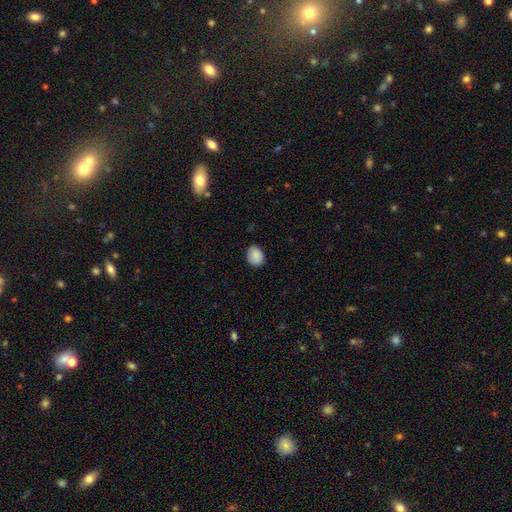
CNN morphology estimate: A smooth galaxy with no disk features (89%) that is in between round and cigar-shaped (55%).

Vote fractions:
- Smooth or featured? smooth: 89% / star or artifact: 7% / featured or disk: 3%
- How rounded? in between: 55% / round: 45% / cigar-shaped: 1%
- Merging? none: 84% / minor disturbance: 13% / major disturbance: 2% / merger: 1%